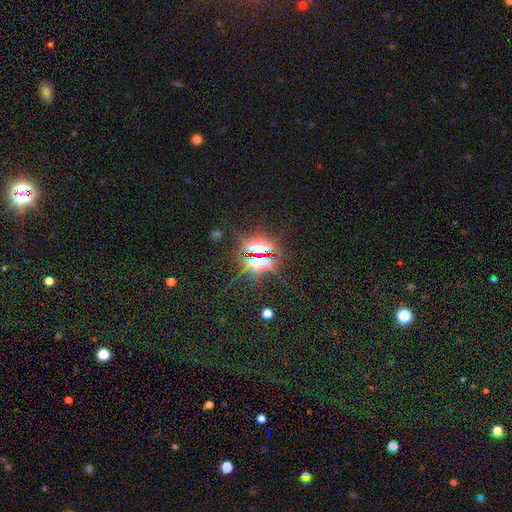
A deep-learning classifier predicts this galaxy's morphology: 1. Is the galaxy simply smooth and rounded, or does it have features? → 80% star or artifact, 11% smooth, 9% featured or disk.